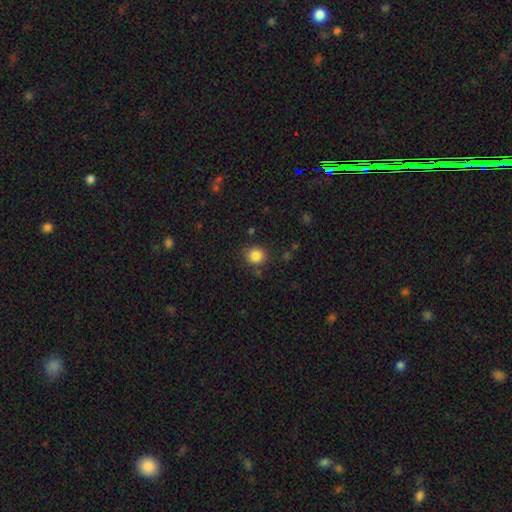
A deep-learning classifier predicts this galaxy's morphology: smooth 85%, star or artifact 10%, featured or disk 5%. Down the decision tree: how rounded — round (86%); merging — none (85%).